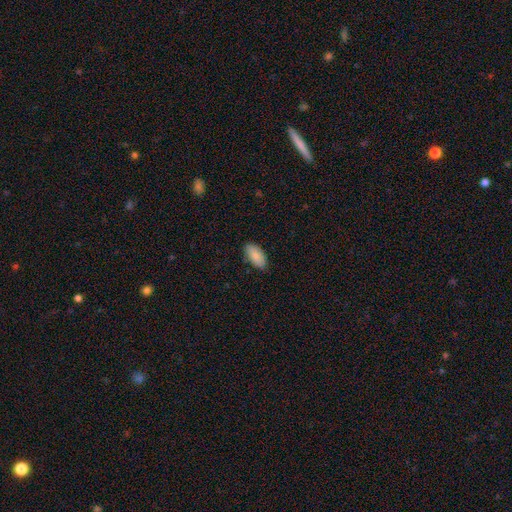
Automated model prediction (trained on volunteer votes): Smooth or featured? Predicted: smooth (p=0.87). How rounded? Predicted: in between (p=0.94). Merging? Predicted: none (p=0.86).